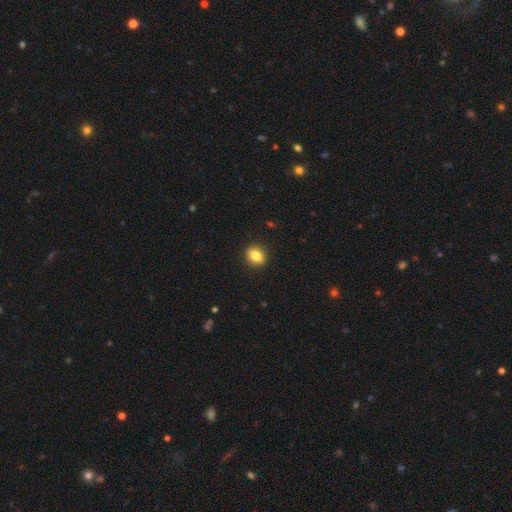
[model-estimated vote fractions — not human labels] Smooth or featured: smooth — 83% (star or artifact — 9%)
How rounded: in between — 54% (round — 44%)
Merging: none — 90% (minor disturbance — 7%)